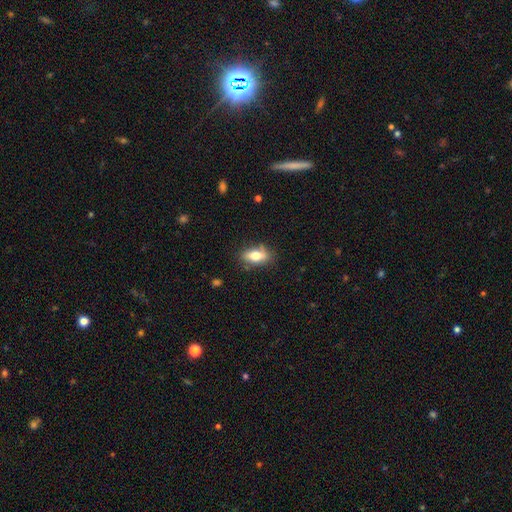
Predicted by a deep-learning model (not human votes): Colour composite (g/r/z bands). It shows a smooth galaxy with no disk features (72%) that is in between round and cigar-shaped (83%). Merging: none (75%).